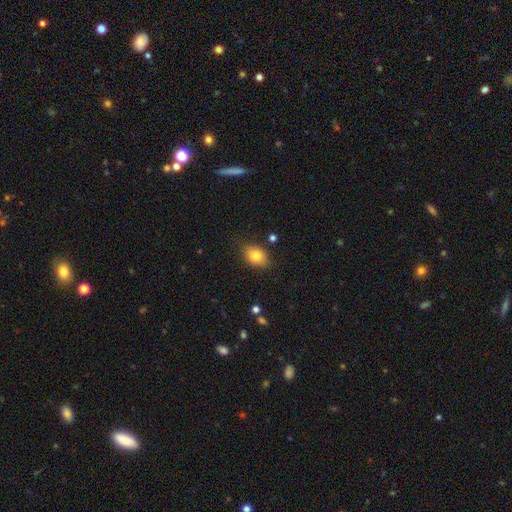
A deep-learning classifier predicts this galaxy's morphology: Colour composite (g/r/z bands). It shows a smooth galaxy with no disk features (82%) that is in between round and cigar-shaped (72%). Merging: none (81%).